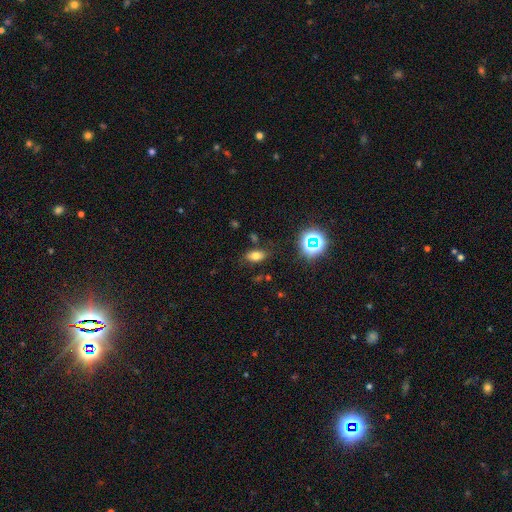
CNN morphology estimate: The model was most divided on "smooth or featured": smooth: 69%, star or artifact: 18%, featured or disk: 13%. More confident: how rounded — in between (85%); merging — none (81%).